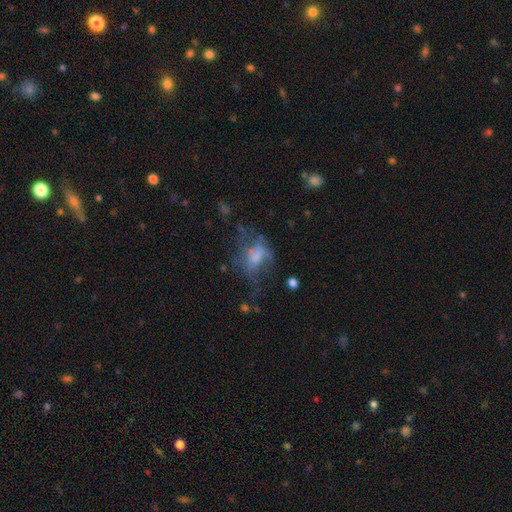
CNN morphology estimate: A smooth galaxy with no disk features (44%). Merging: major disturbance (43%).